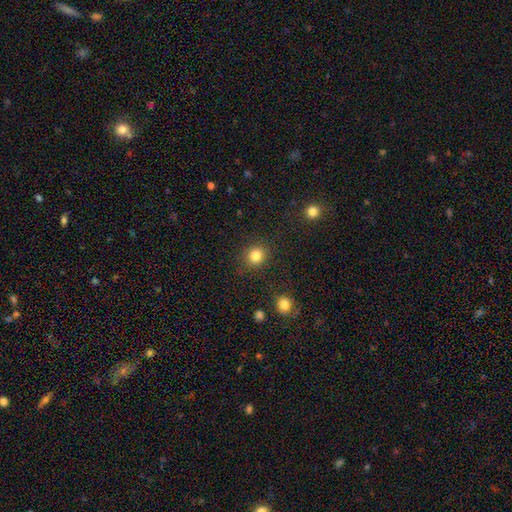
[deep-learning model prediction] Smooth or featured?
  - smooth: 84% *
  - star or artifact: 11%
  - featured or disk: 5%
How rounded?
  - round: 80% *
  - in between: 19%
  - cigar-shaped: 1%
Merging?
  - none: 88% *
  - minor disturbance: 8%
  - major disturbance: 3%
  - merger: 2%